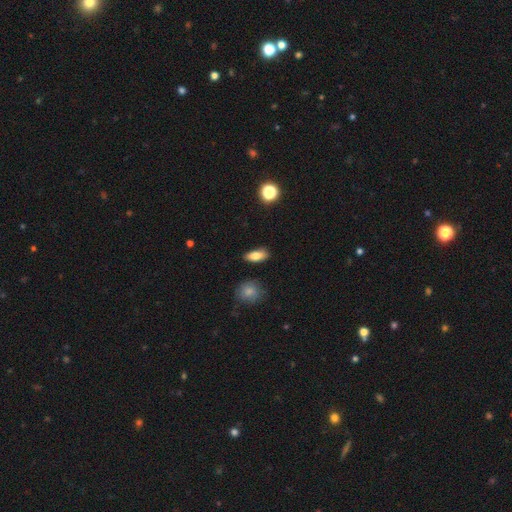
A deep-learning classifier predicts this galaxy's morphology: Overall: smooth (81%). How rounded: in between (80%). Merging: none (85%).